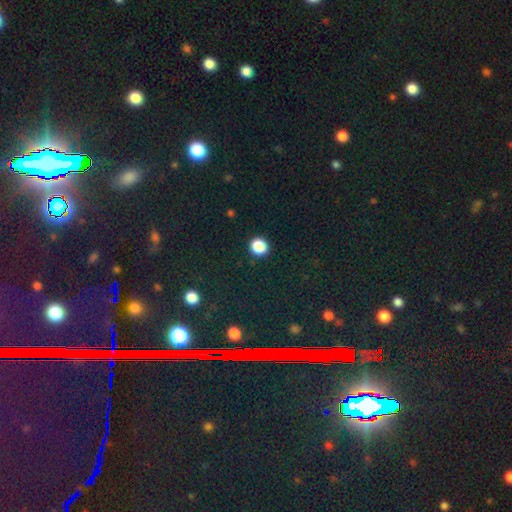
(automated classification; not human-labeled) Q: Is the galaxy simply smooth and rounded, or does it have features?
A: star or artifact — 80%.